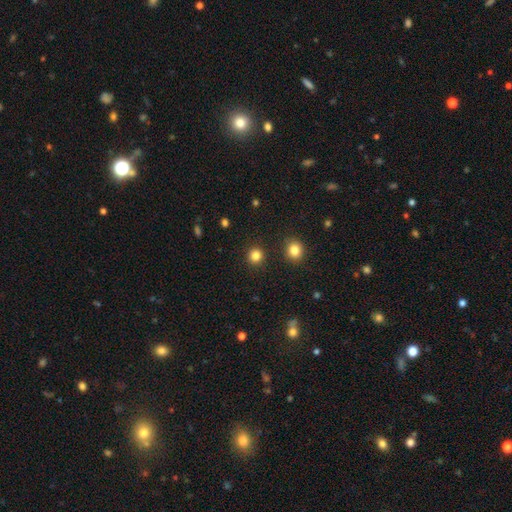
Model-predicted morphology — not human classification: This is clearly a smooth galaxy (83%). How rounded: clearly round (93%). Merging: clearly none (91%).